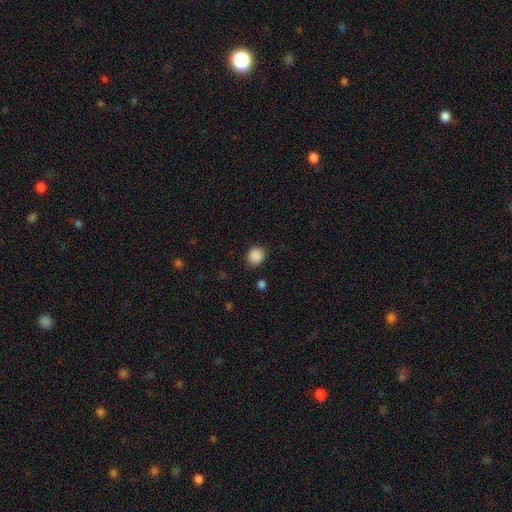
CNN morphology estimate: smooth 88%, star or artifact 9%, featured or disk 3%. Down the decision tree: how rounded — round (77%); merging — none (85%).